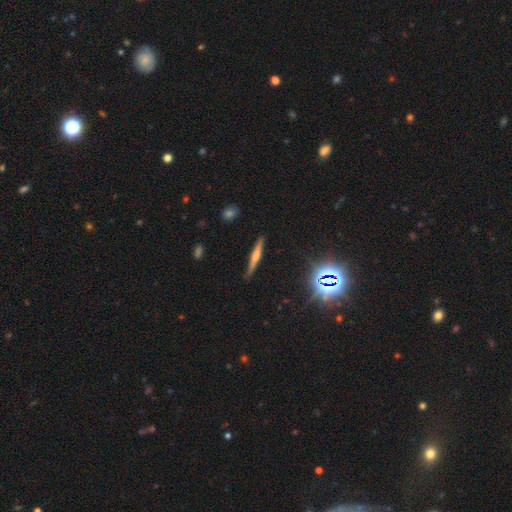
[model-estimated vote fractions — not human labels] featured or disk 54%, smooth 34%, star or artifact 12%. Down the decision tree: edge-on disk — yes (96%); edge-on bulge — rounded (70%); merging — none (87%).